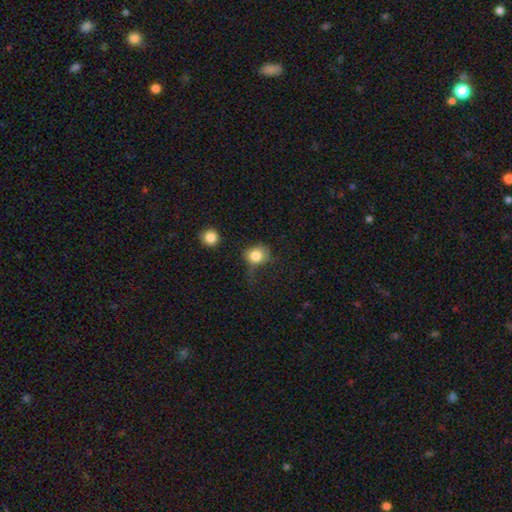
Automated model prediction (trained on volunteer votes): A smooth galaxy with no disk features (81%) that is round (73%).

Vote fractions:
- Smooth or featured? smooth: 81% / star or artifact: 9% / featured or disk: 9%
- How rounded? round: 73% / in between: 26% / cigar-shaped: 1%
- Merging? none: 44% / minor disturbance: 30% / major disturbance: 21% / merger: 5%